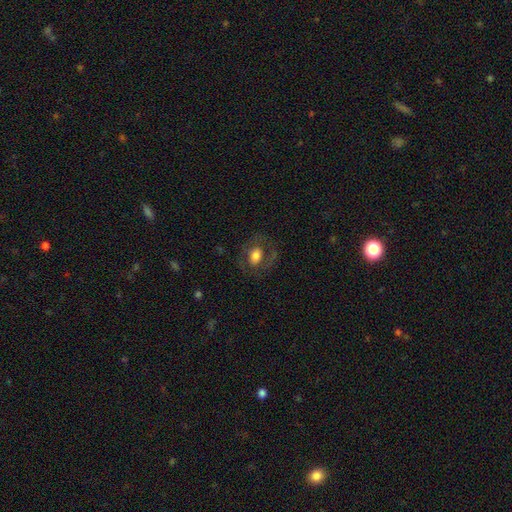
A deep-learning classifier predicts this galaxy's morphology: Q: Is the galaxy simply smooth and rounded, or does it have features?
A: smooth — 59%.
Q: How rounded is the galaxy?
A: in between — 68%.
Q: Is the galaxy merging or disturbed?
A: none — 69%.